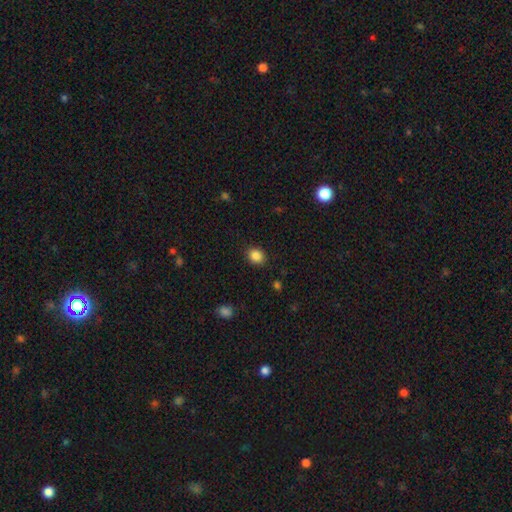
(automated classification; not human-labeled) Overall: smooth (87%). How rounded: round (63%; in between 36%). Merging: none (89%).